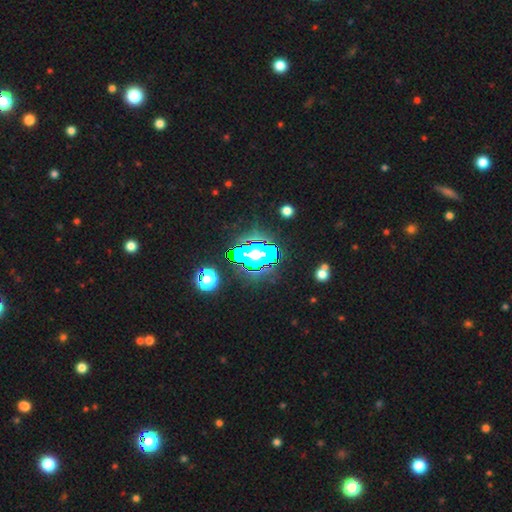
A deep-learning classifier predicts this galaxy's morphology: Smooth or featured: star or artifact — 76% (smooth — 13%)